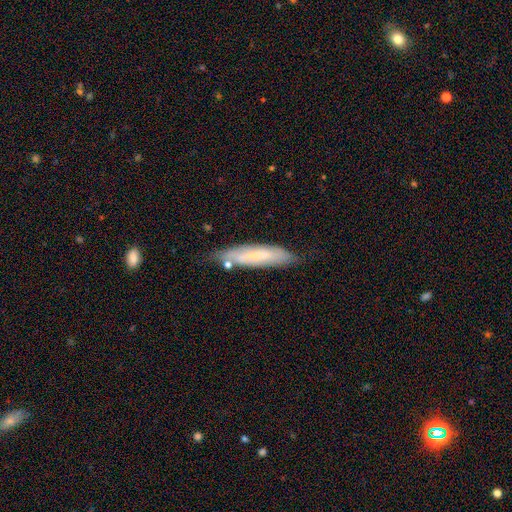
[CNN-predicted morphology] Smooth or featured? smooth (54%)
How rounded? cigar-shaped (77%)
Merging? none (65%)